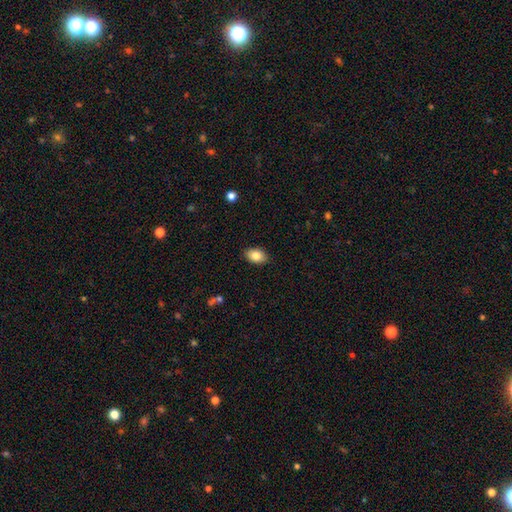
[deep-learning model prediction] Overall: smooth (83%). How rounded: in between (84%). Merging: none (88%).